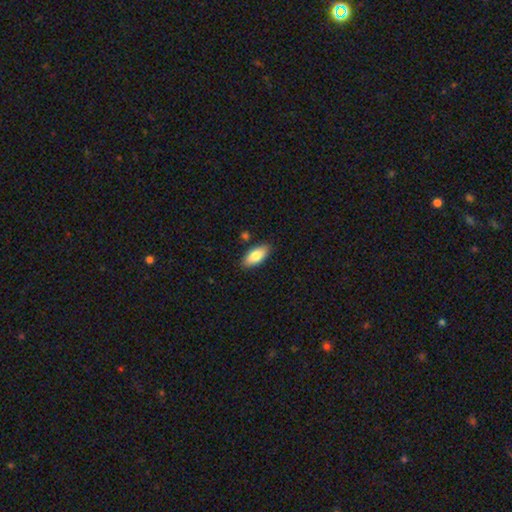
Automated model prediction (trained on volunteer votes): Smooth or featured?
  - smooth: 81% *
  - featured or disk: 13%
  - star or artifact: 6%
How rounded?
  - in between: 86% *
  - cigar-shaped: 12%
  - round: 2%
Merging?
  - none: 85% *
  - minor disturbance: 10%
  - merger: 3%
  - major disturbance: 2%